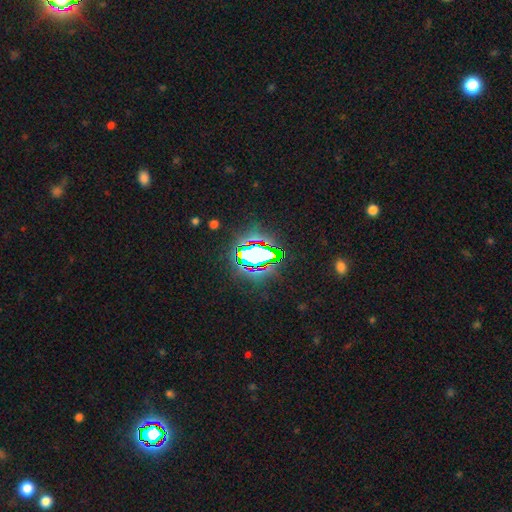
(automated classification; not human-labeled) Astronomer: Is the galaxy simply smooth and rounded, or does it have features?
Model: star or artifact — 65%.